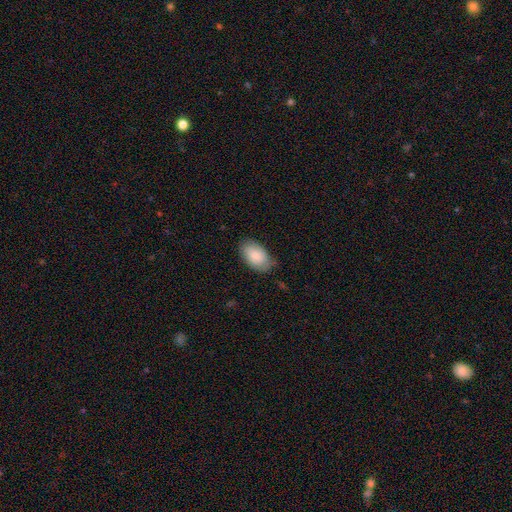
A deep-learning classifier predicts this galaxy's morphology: This appears to be a smooth galaxy with no disk features (82%) that is in between round and cigar-shaped (92%). Merging: none (73%).